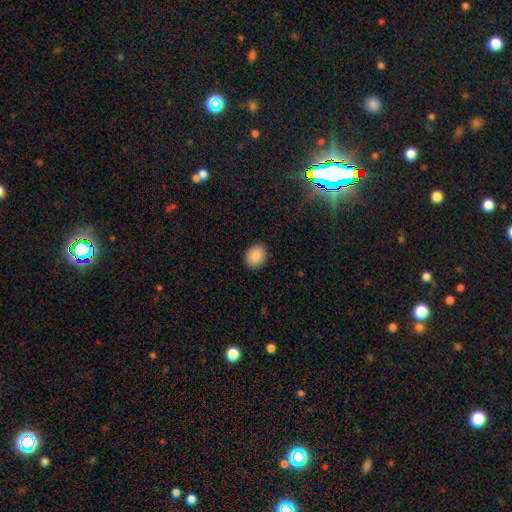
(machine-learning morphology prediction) Smooth or featured? smooth (87%)
How rounded? round (56%)
Merging? none (91%)